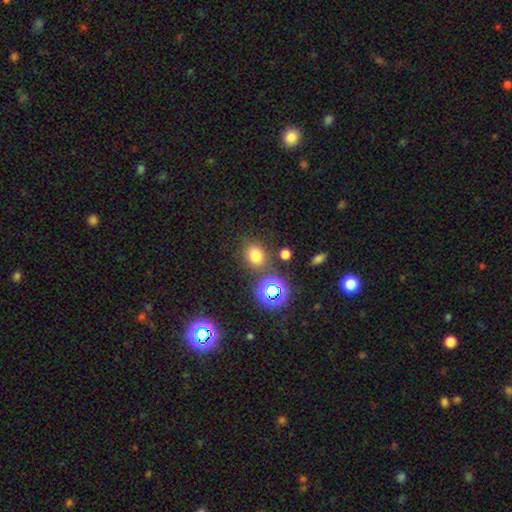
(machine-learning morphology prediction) type=smooth (71%); roundness=round (56%); merging=none (76%).